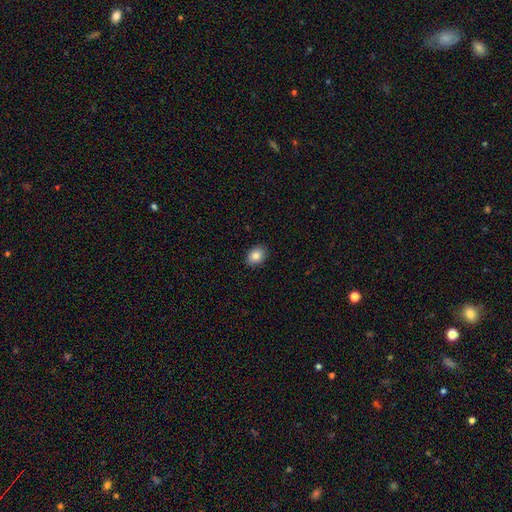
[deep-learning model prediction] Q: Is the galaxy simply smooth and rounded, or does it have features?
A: smooth — 85%.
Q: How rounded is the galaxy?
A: in between — 65%.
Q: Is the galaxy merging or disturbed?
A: none — 90%.